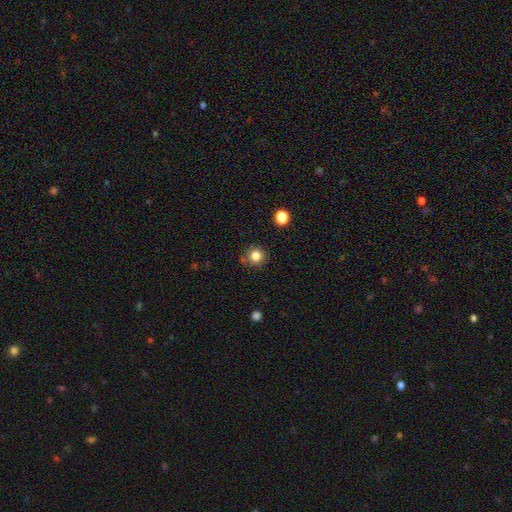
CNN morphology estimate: Q: Smooth or featured?
A: smooth (83%); runner-up: star or artifact (12%)
Q: How rounded?
A: round (92%); runner-up: in between (7%)
Q: Merging?
A: none (82%); runner-up: minor disturbance (12%)